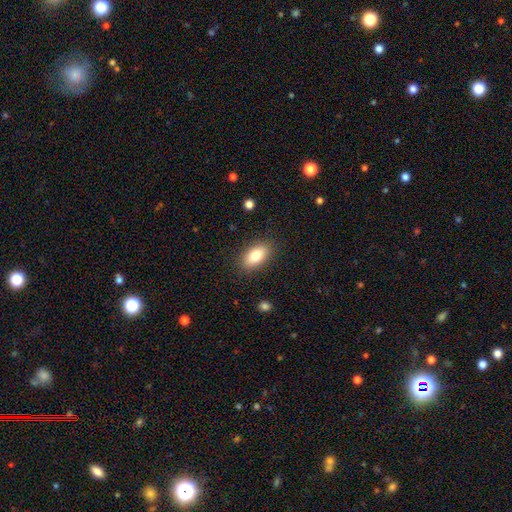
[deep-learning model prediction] Smooth or featured? Predicted: smooth (p=0.80). How rounded? Predicted: in between (p=0.89). Merging? Predicted: none (p=0.87).